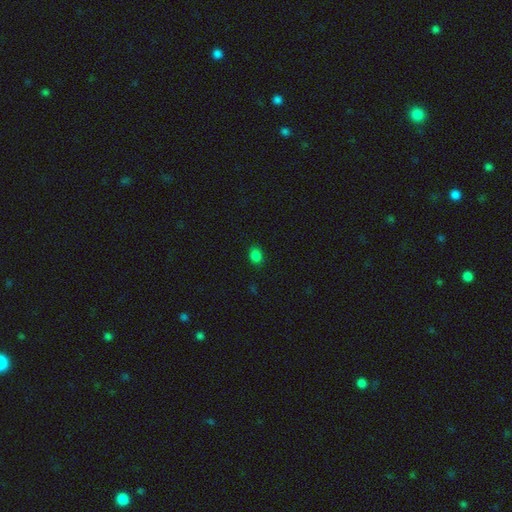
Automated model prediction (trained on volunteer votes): Smooth or featured?
  - smooth: 81% *
  - star or artifact: 15%
  - featured or disk: 3%
How rounded?
  - in between: 61% *
  - round: 38%
  - cigar-shaped: 1%
Merging?
  - none: 85% *
  - minor disturbance: 12%
  - major disturbance: 3%
  - merger: 1%